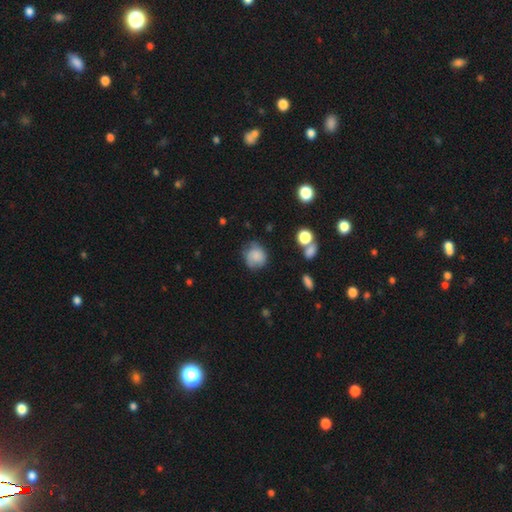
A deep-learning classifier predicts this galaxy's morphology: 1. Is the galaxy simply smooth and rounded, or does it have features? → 75% smooth, 16% featured or disk, 9% star or artifact.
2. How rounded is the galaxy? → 79% round, 20% in between, 1% cigar-shaped.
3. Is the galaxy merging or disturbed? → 61% none, 27% minor disturbance, 9% major disturbance, 3% merger.